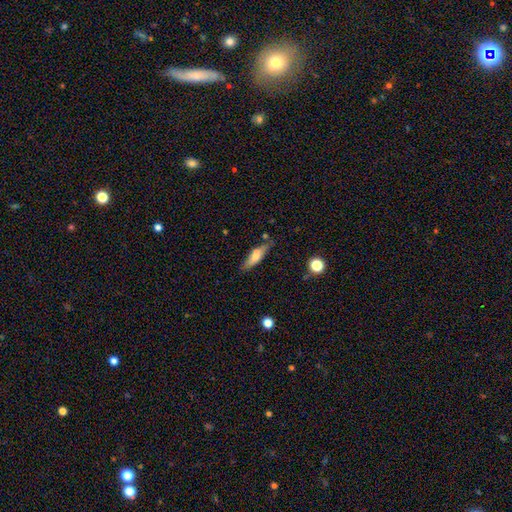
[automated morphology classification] type=smooth (64%); roundness=cigar-shaped (67%); merging=none (71%).